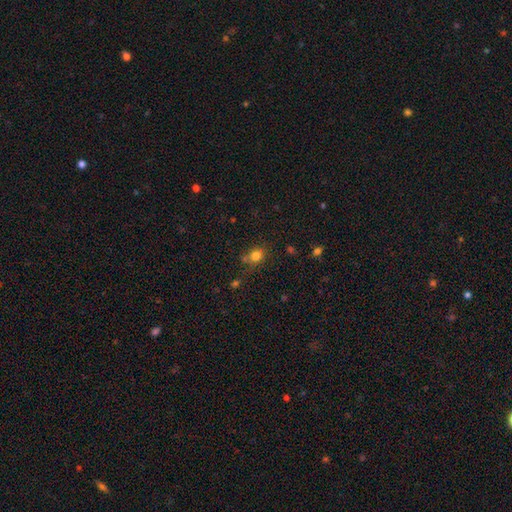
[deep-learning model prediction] smooth_or_featured: smooth (p=0.79) [alt: star or artifact p=0.14]
how_rounded: round (p=0.68) [alt: in between p=0.31]
merging: none (p=0.64) [alt: minor disturbance p=0.17]